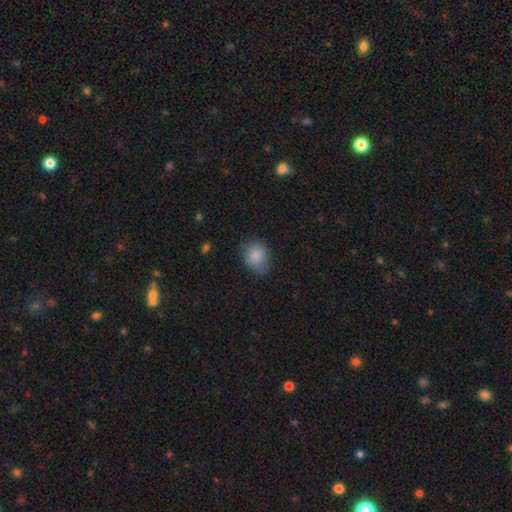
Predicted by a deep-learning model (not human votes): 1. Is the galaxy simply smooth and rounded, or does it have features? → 85% smooth, 8% star or artifact, 7% featured or disk.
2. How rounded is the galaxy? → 50% in between, 49% round, 1% cigar-shaped.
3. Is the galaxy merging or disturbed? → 68% none, 25% minor disturbance, 6% major disturbance, 1% merger.